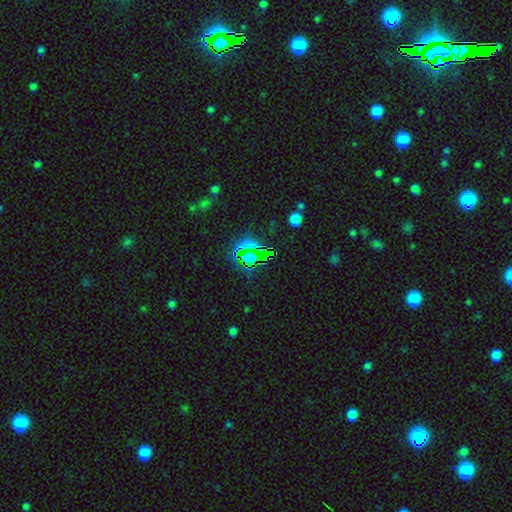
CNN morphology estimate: smooth-or-featured: star or artifact: 76% | smooth: 14% | featured or disk: 10%